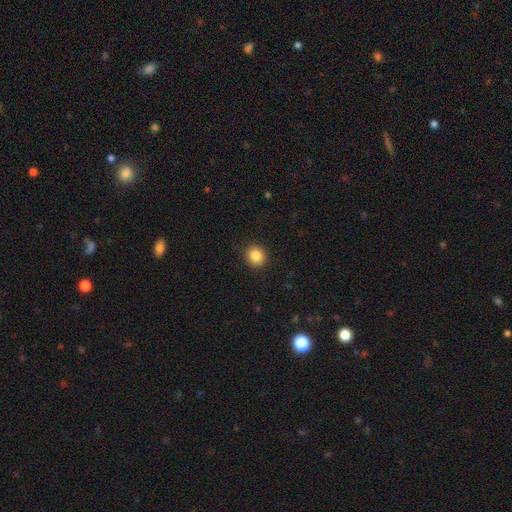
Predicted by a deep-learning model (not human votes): A smooth galaxy with no disk features (85%) that is round (83%). Merging: none (90%).